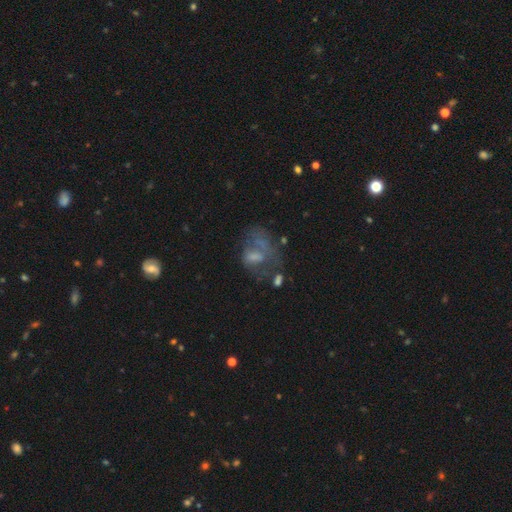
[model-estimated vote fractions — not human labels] A featured or disk galaxy (47%).

Vote fractions:
- Smooth or featured? featured or disk: 47% / smooth: 38% / star or artifact: 15%
- Merging? major disturbance: 43% / none: 26% / minor disturbance: 18% / merger: 13%